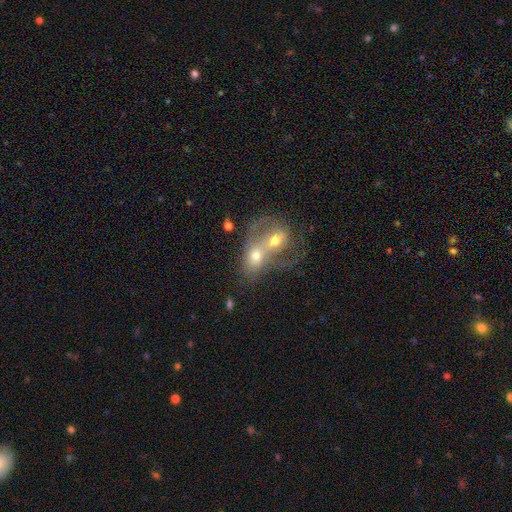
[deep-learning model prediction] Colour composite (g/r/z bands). It shows a smooth galaxy with no disk features (51%) that is in between round and cigar-shaped (66%). Merging: merger (80%).